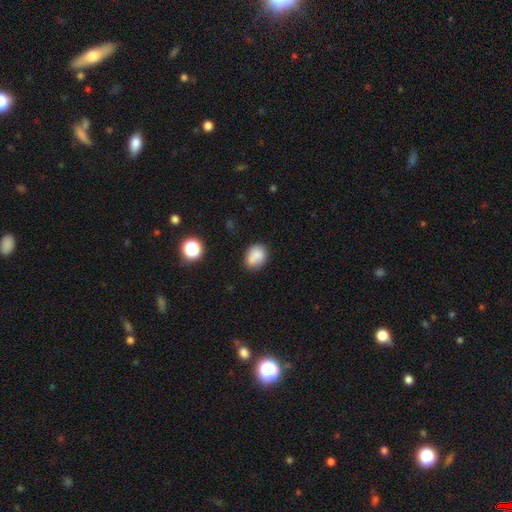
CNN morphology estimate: Smooth or featured? smooth (81%)
How rounded? in between (58%)
Merging? none (62%)